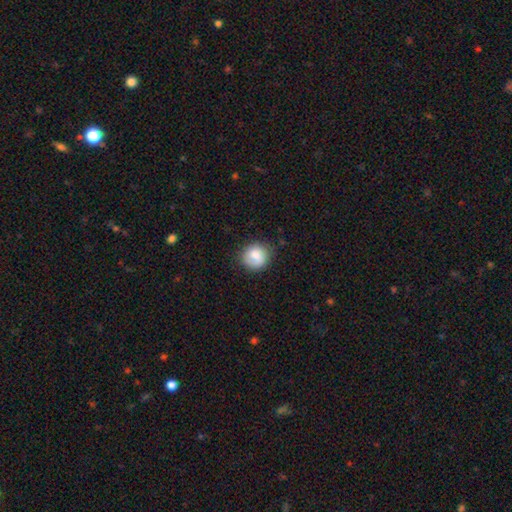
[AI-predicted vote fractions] smooth-or-featured: smooth: 80% | featured or disk: 12% | star or artifact: 8%
  how-rounded: round: 86% | in between: 13% | cigar-shaped: 1%
  merging: none: 76% | minor disturbance: 18% | major disturbance: 5% | merger: 2%